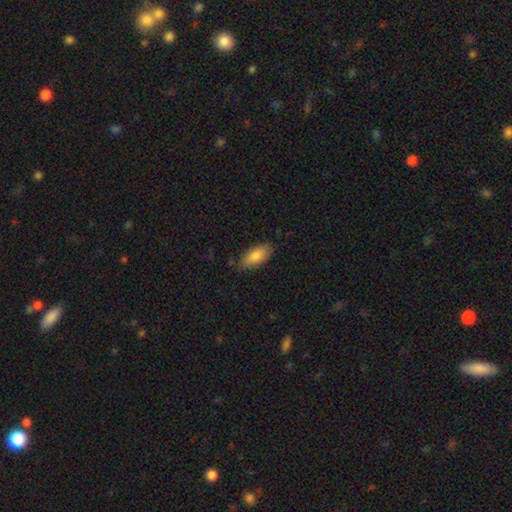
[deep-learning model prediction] This is clearly a smooth galaxy (82%). How rounded: clearly in between (87%). Merging: clearly none (80%).